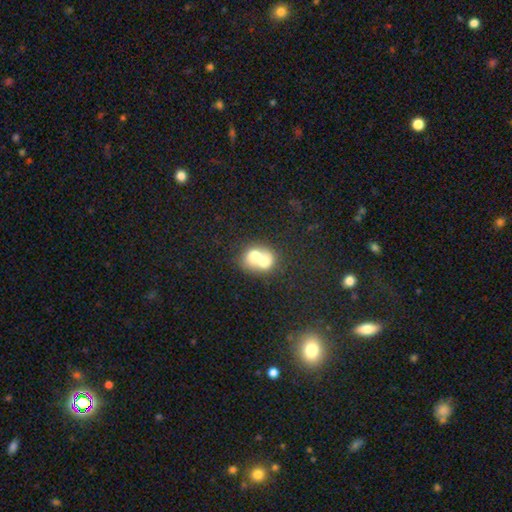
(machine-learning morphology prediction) Smooth or featured?
  - smooth: 64% *
  - featured or disk: 27%
  - star or artifact: 8%
How rounded?
  - round: 59% *
  - in between: 40%
  - cigar-shaped: 1%
Merging?
  - merger: 75% *
  - none: 17%
  - minor disturbance: 5%
  - major disturbance: 3%